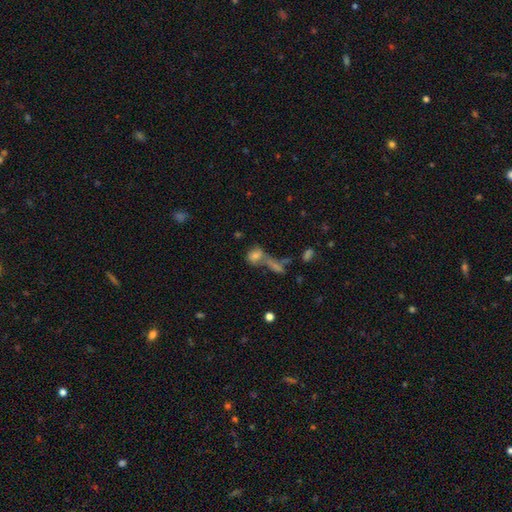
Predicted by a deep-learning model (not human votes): Smooth or featured?
  - smooth: 65% *
  - featured or disk: 18%
  - star or artifact: 17%
How rounded?
  - in between: 57% *
  - round: 35%
  - cigar-shaped: 8%
Merging?
  - merger: 49% *
  - none: 32%
  - minor disturbance: 10%
  - major disturbance: 9%